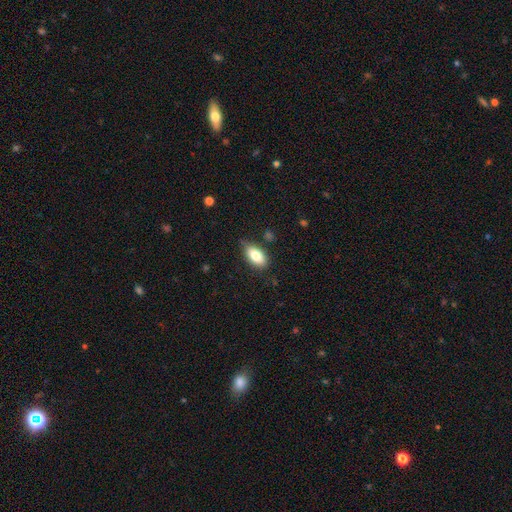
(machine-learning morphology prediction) type=smooth (81%); roundness=in between (91%); merging=none (76%).